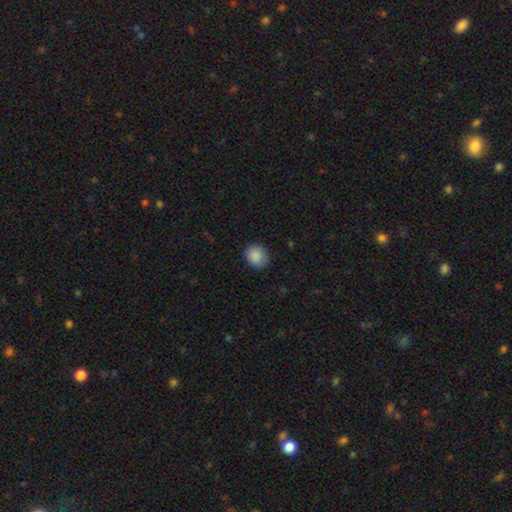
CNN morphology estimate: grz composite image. It shows a smooth galaxy with no disk features (88%) that is round (74%). Merging: none (85%).